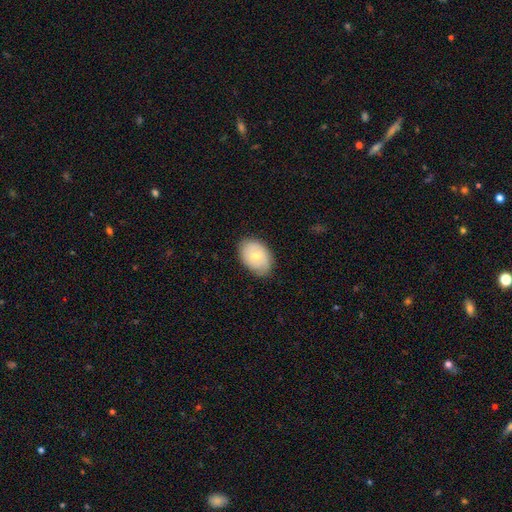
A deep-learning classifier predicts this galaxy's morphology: This appears to be a smooth galaxy with no disk features (63%) that is in between round and cigar-shaped (82%). Merging: none (78%).